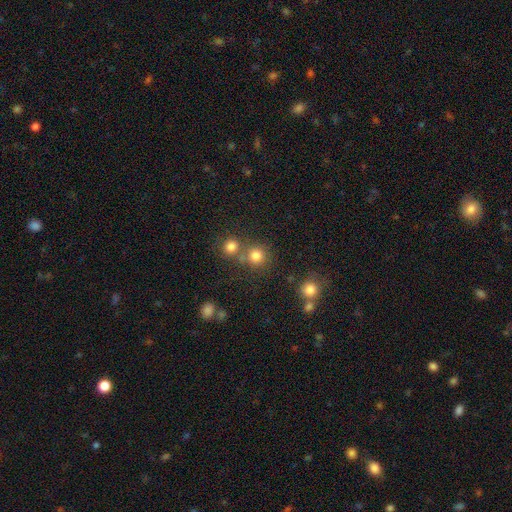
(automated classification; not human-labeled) Smooth or featured? smooth (79%)
How rounded? round (90%)
Merging? none (63%)